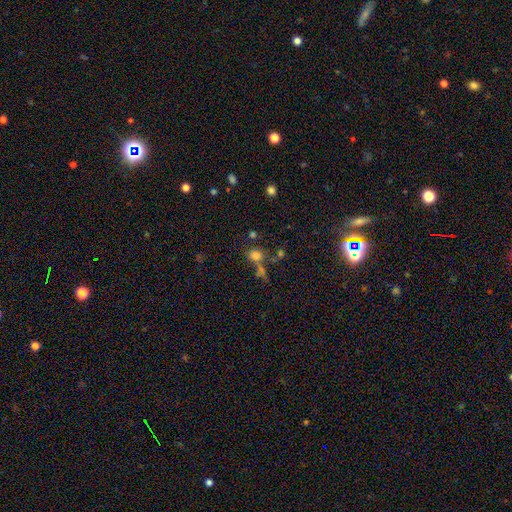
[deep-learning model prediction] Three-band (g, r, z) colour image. It shows a smooth galaxy with no disk features (72%) that is in between round and cigar-shaped (52%). Merging: none (50%).